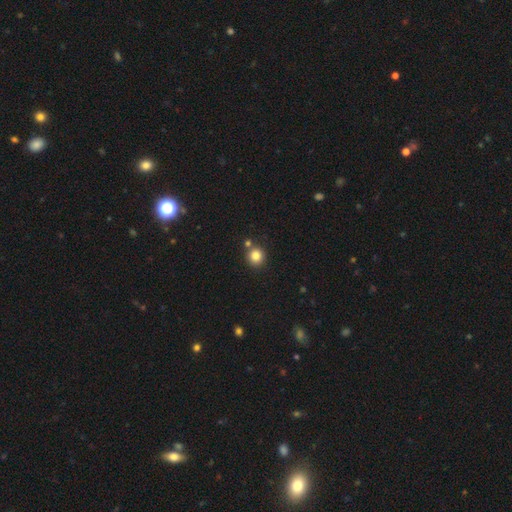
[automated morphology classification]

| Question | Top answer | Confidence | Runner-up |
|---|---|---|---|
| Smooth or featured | smooth | 83% | star or artifact (12%) |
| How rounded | round | 90% | in between (9%) |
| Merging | none | 79% | merger (11%) |